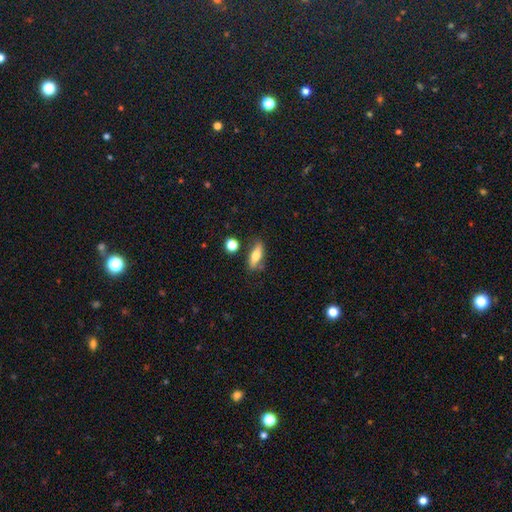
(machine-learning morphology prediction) type=smooth (61%); roundness=in between (55%); merging=none (74%).